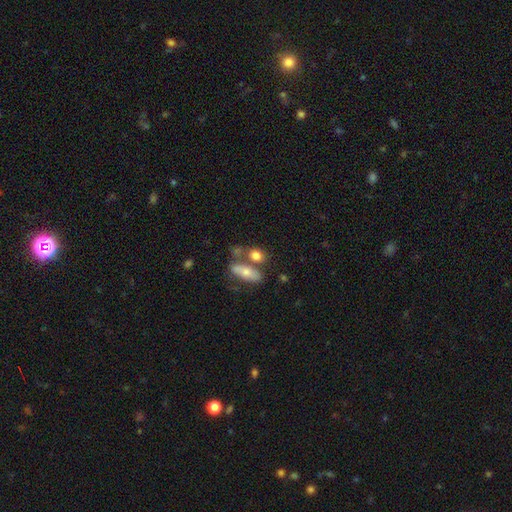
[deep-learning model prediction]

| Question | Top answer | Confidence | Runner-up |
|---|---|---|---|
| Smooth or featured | smooth | 75% | featured or disk (16%) |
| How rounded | in between | 61% | round (26%) |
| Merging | none | 48% | merger (33%) |